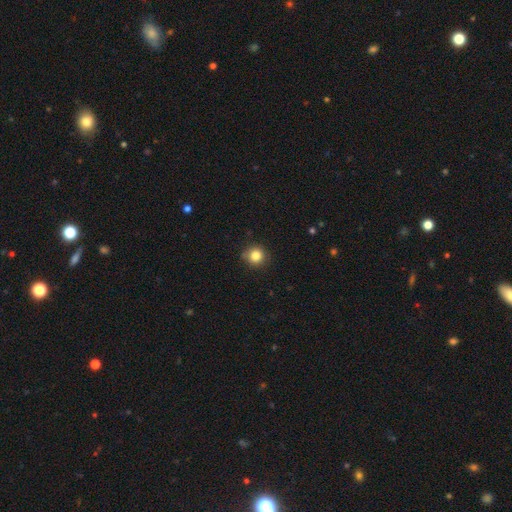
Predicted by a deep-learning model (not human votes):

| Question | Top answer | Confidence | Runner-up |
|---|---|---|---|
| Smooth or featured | smooth | 84% | star or artifact (11%) |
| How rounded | round | 93% | in between (7%) |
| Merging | none | 85% | minor disturbance (11%) |